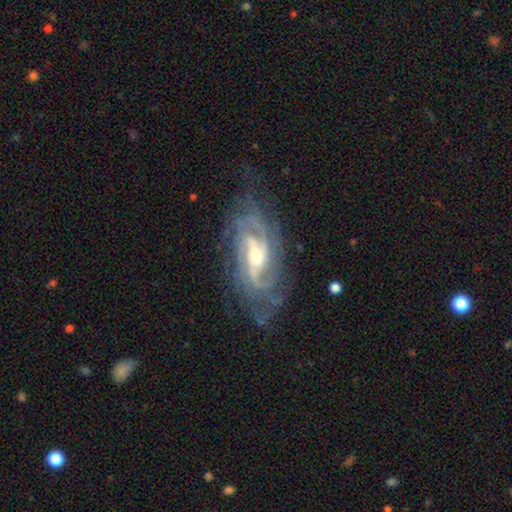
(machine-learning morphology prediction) A featured or disk galaxy (89%) with a weak bar (45%), 2 (51%) medium (46%) spiral arms (97%) and a moderate central bulge (58%).

Vote fractions:
- Smooth or featured? featured or disk: 89% / star or artifact: 5% / smooth: 5%
- Edge-on disk? no: 95% / yes: 5%
- Bar? weak: 45% / no: 33% / strong: 22%
- Spiral arms? yes: 97% / no: 3%
- Spiral winding? medium: 46% / tight: 39% / loose: 14%
- Spiral arm count? 2: 51% / 3: 18% / can't tell: 16% / 4: 7% / 1: 5% / more than 4: 4%
- Bulge size? moderate: 58% / small: 28% / large: 11% / none: 3% / dominant: 1%
- Merging? none: 68% / minor disturbance: 20% / major disturbance: 11% / merger: 2%